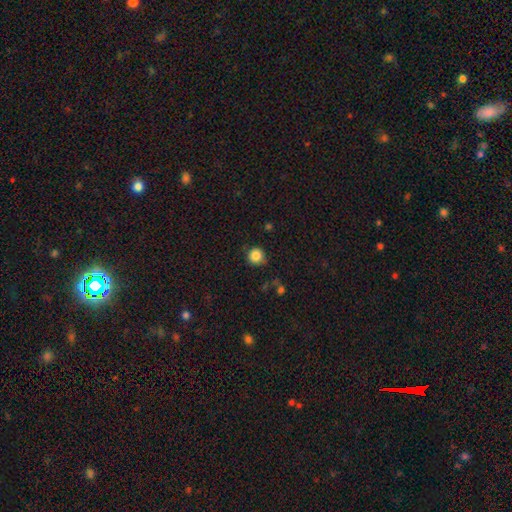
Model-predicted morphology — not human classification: Overall: smooth (86%). How rounded: round (93%). Merging: none (83%).